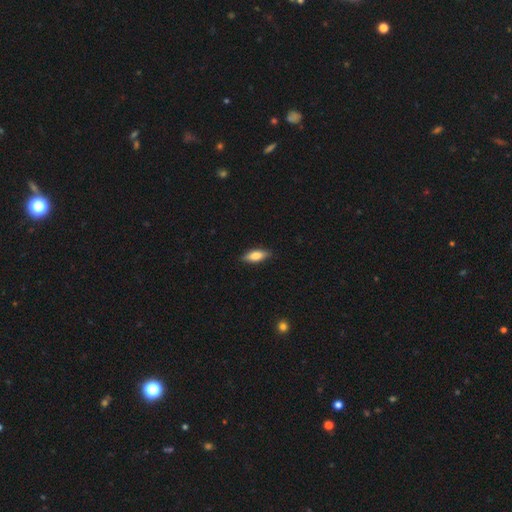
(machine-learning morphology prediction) smooth 75%, featured or disk 19%, star or artifact 6%. Down the decision tree: how rounded — in between (70%); merging — none (86%).